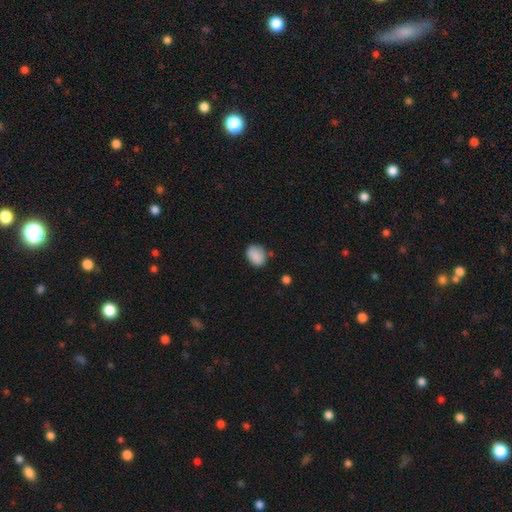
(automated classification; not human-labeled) Smooth or featured?
  - smooth: 87% *
  - star or artifact: 8%
  - featured or disk: 5%
How rounded?
  - in between: 67% *
  - round: 31%
  - cigar-shaped: 1%
Merging?
  - none: 73% *
  - minor disturbance: 20%
  - major disturbance: 4%
  - merger: 3%